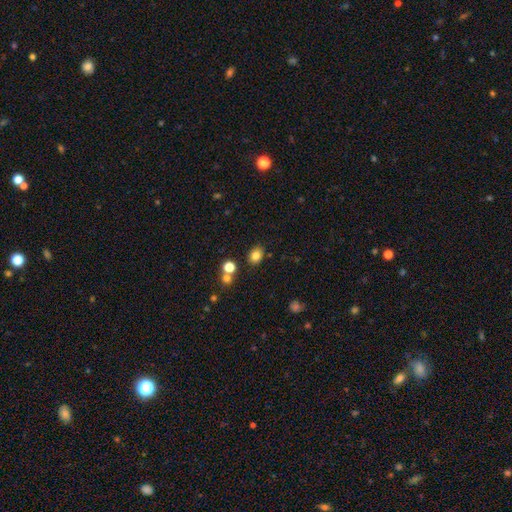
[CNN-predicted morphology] Overall: smooth (81%). How rounded: round (56%; in between 43%). Merging: none (82%).